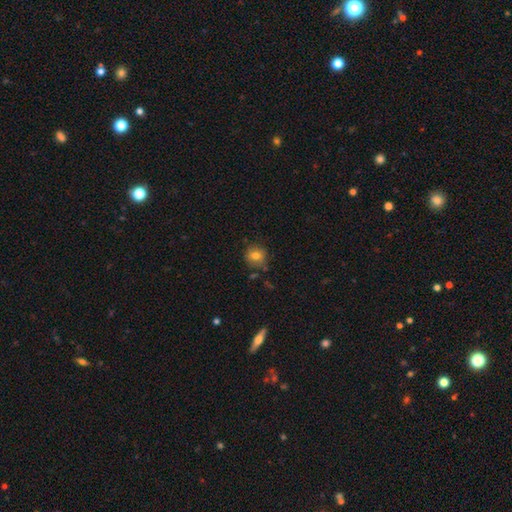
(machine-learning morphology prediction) This is likely a smooth galaxy (78%). How rounded: clearly round (87%). Merging: likely none (75%).